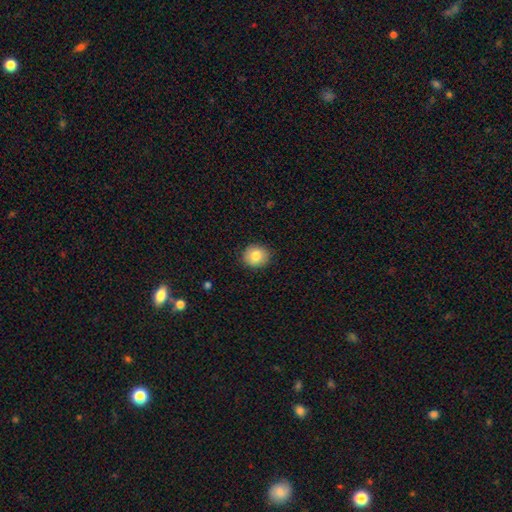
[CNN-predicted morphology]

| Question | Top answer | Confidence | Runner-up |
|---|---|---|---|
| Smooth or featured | smooth | 82% | featured or disk (10%) |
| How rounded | round | 79% | in between (20%) |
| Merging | none | 89% | minor disturbance (8%) |